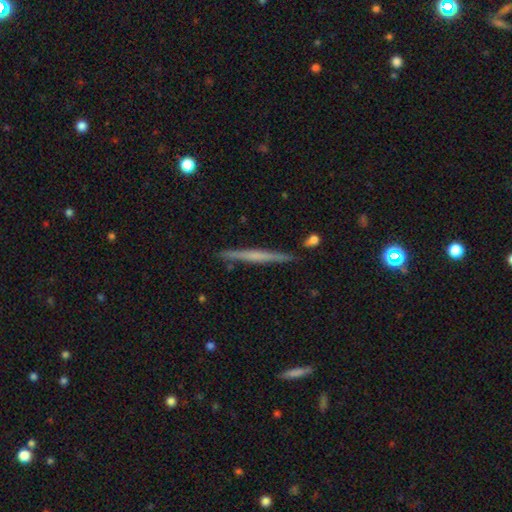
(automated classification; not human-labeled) smooth-or-featured: featured or disk: 59% | smooth: 35% | star or artifact: 6%
  disk-edge-on: yes: 97% | no: 3%
    edge-on-bulge: none: 65% | rounded: 23% | boxy: 11%
  merging: none: 89% | minor disturbance: 8% | merger: 2% | major disturbance: 2%